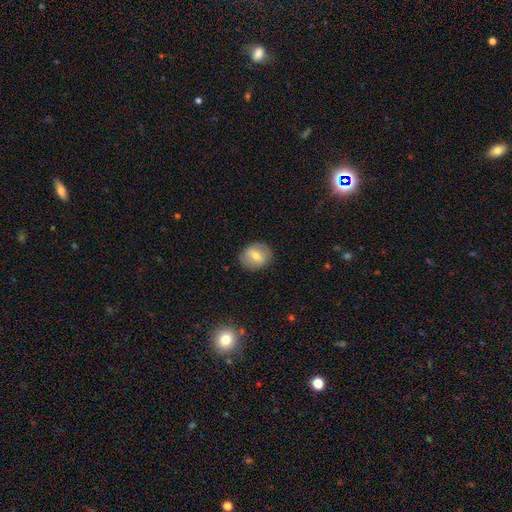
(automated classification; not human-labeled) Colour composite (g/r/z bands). It shows a smooth galaxy with no disk features (56%) that is round (59%). Merging: none (84%).